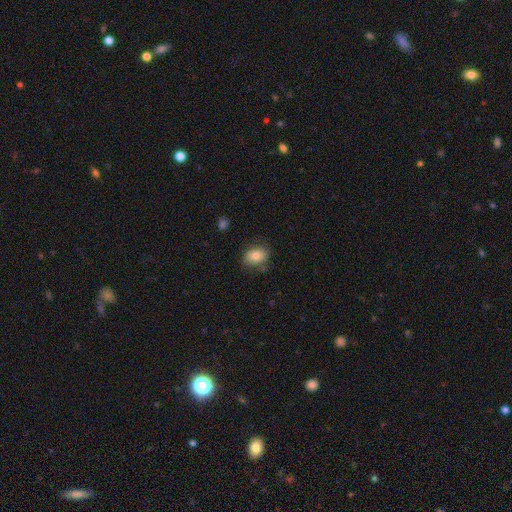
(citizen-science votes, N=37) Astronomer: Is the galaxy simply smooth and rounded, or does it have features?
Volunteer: smooth — 89%.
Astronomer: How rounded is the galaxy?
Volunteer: in between — 70%.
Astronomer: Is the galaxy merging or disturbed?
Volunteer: none — 84%.